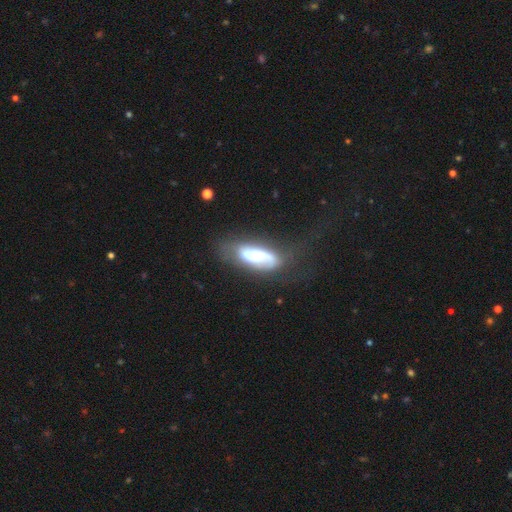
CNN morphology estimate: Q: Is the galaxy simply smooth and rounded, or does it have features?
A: featured or disk — 53%.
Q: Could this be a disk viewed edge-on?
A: no — 87%.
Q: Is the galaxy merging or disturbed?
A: none — 39%.